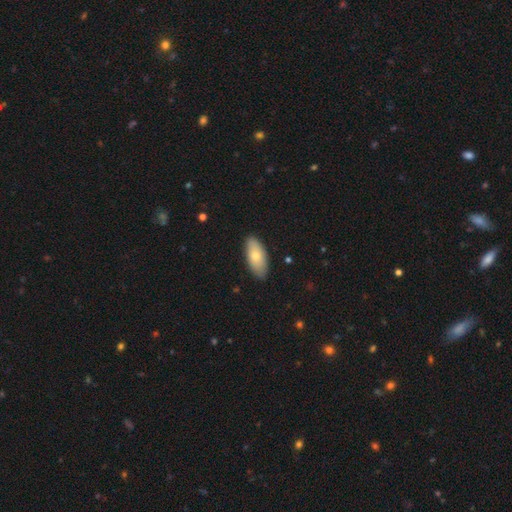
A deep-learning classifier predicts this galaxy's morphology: Smooth or featured: smooth — 74% (featured or disk — 21%)
How rounded: in between — 89% (cigar-shaped — 9%)
Merging: none — 86% (minor disturbance — 11%)